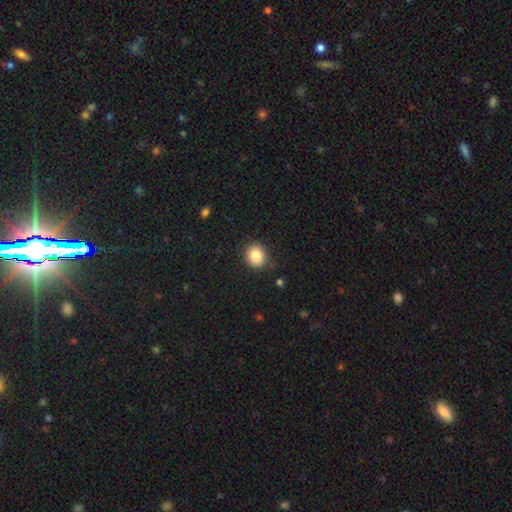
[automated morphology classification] The model was most divided on "how rounded": round: 80%, in between: 19%, cigar-shaped: 1%. More confident: merging — none (87%); smooth or featured — smooth (84%).